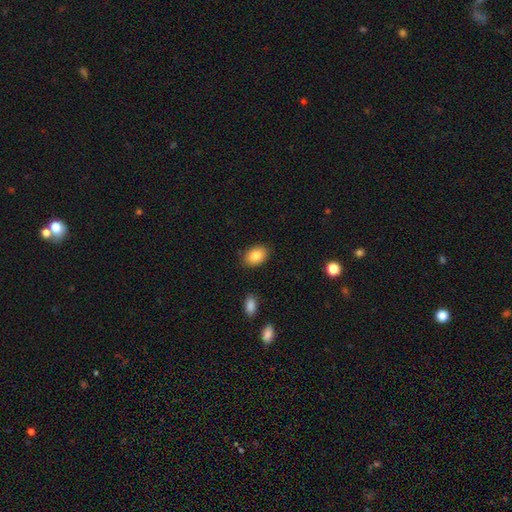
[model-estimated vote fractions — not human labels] This is clearly a smooth galaxy (86%). How rounded: clearly in between (85%). Merging: clearly none (86%).